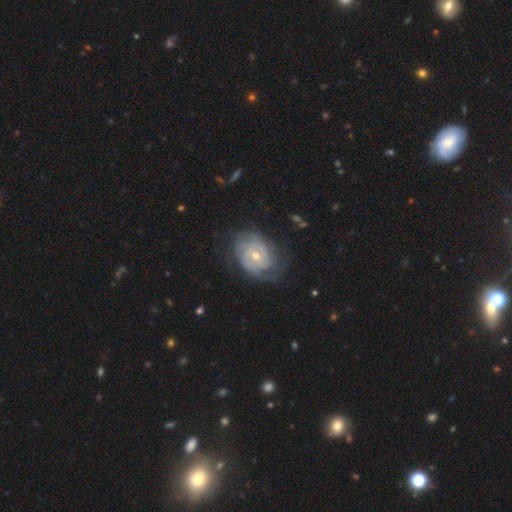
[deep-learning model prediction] smooth_or_featured: featured or disk (p=0.80) [alt: smooth p=0.13]
disk_edge_on: no (p=0.97) [alt: yes p=0.03]
bar: no (p=0.60) [alt: weak p=0.33]
has_spiral_arms: yes (p=0.91) [alt: no p=0.09]
spiral_winding: tight (p=0.66) [alt: medium p=0.25]
spiral_arm_count: can't tell (p=0.40) [alt: 2 p=0.27]
bulge_size: small (p=0.53) [alt: moderate p=0.44]
merging: none (p=0.67) [alt: minor disturbance p=0.21]